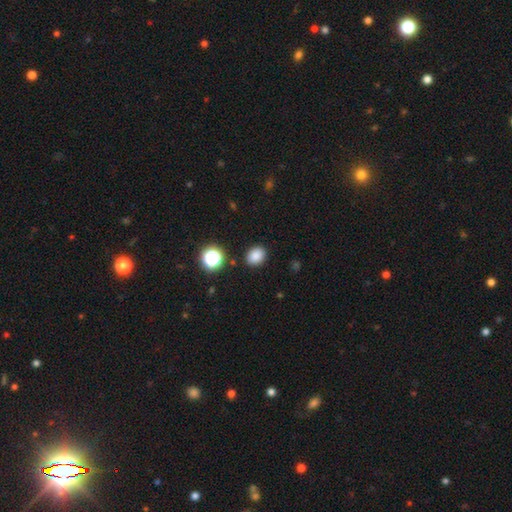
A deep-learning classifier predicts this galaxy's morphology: A smooth galaxy with no disk features (84%) that is in between round and cigar-shaped (54%).

Vote fractions:
- Smooth or featured? smooth: 84% / star or artifact: 12% / featured or disk: 4%
- How rounded? in between: 54% / round: 45% / cigar-shaped: 1%
- Merging? none: 88% / minor disturbance: 8% / major disturbance: 2% / merger: 2%